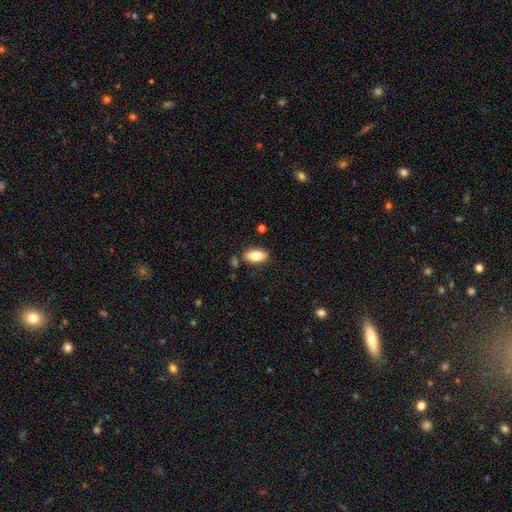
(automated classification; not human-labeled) A smooth galaxy with no disk features (81%) that is in between round and cigar-shaped (92%).

Vote fractions:
- Smooth or featured? smooth: 81% / featured or disk: 12% / star or artifact: 7%
- How rounded? in between: 92% / cigar-shaped: 4% / round: 4%
- Merging? none: 83% / minor disturbance: 11% / merger: 4% / major disturbance: 2%